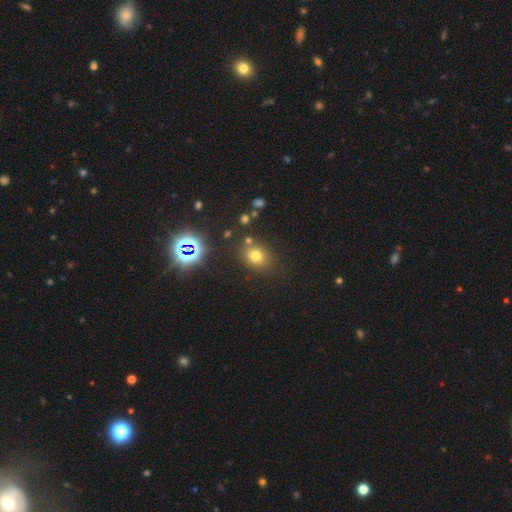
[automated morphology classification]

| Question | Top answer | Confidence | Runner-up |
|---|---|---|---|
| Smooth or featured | smooth | 71% | star or artifact (21%) |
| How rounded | round | 65% | in between (34%) |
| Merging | none | 77% | minor disturbance (11%) |